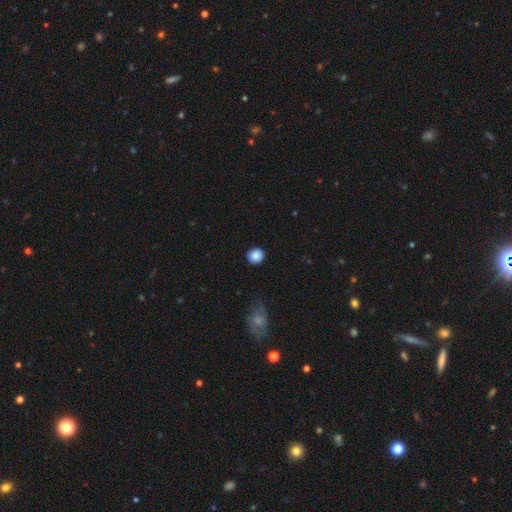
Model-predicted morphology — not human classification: smooth 87%, star or artifact 9%, featured or disk 4%. Down the decision tree: how rounded — round (90%); merging — none (89%).